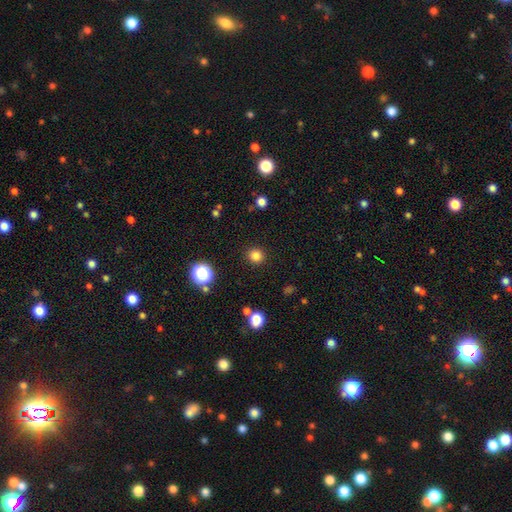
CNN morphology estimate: smooth 82%, star or artifact 14%, featured or disk 4%. Down the decision tree: how rounded — round (91%); merging — none (91%).